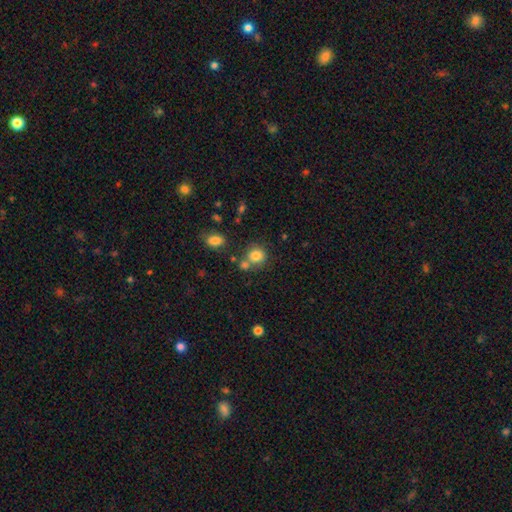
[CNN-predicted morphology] A smooth galaxy with no disk features (81%) that is round (84%). Merging: none (63%).